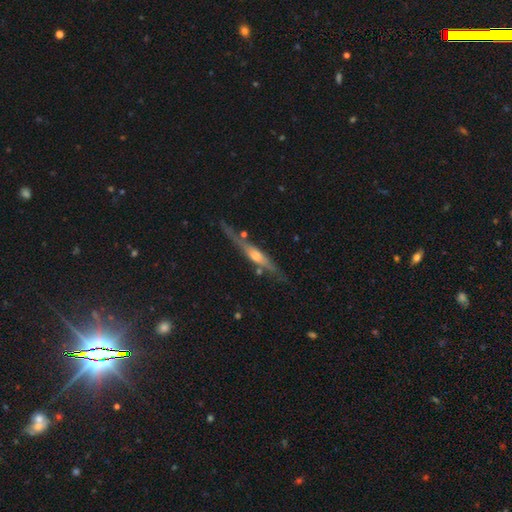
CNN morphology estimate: Smooth or featured? featured or disk (75%)
Edge-on disk? yes (94%)
Edge-on bulge? rounded (78%)
Merging? none (72%)